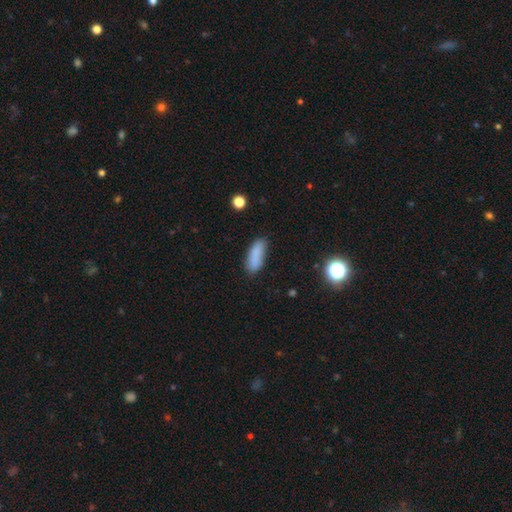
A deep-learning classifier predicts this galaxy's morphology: The model was most divided on "how rounded": in between: 62%, cigar-shaped: 36%, round: 2%. More confident: smooth or featured — smooth (86%); merging — none (79%).